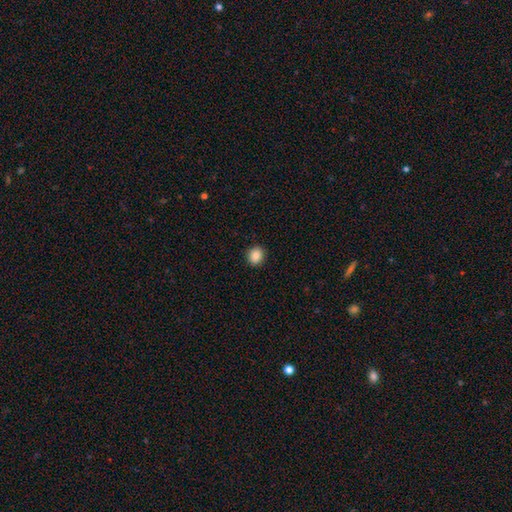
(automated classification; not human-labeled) Overall: smooth (85%). How rounded: round (85%). Merging: none (92%).